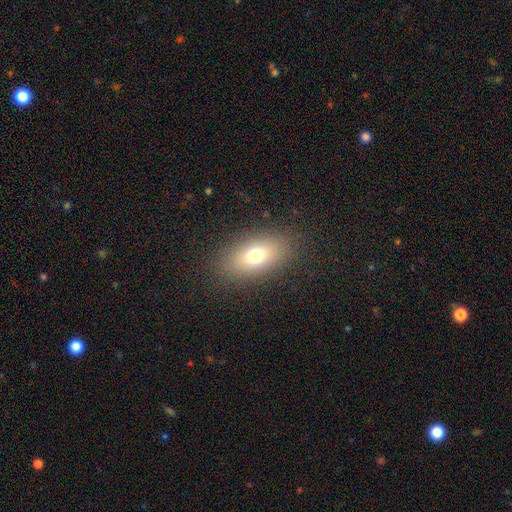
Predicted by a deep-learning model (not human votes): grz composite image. It shows a smooth galaxy with no disk features (73%) that is in between round and cigar-shaped (86%). Merging: none (85%).